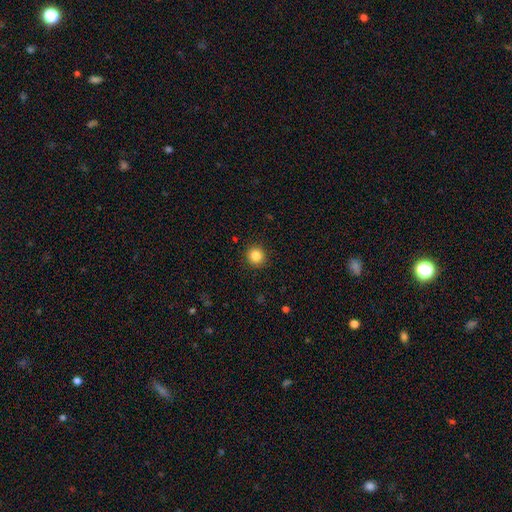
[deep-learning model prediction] This appears to be a smooth galaxy with no disk features (85%) that is round (93%). Merging: none (92%).